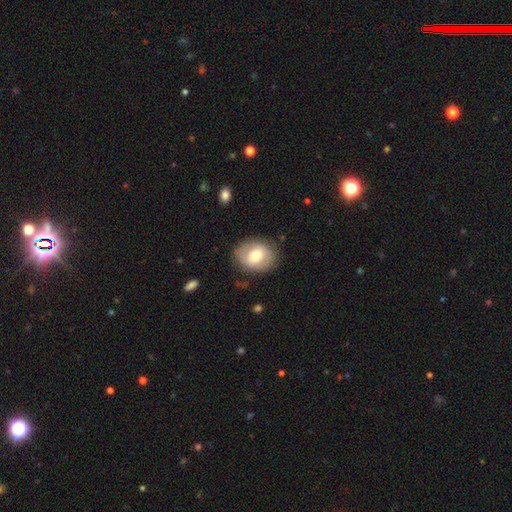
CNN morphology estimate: Q: Smooth or featured?
A: smooth (54%); runner-up: featured or disk (39%)
Q: How rounded?
A: round (52%); runner-up: in between (47%)
Q: Merging?
A: none (81%); runner-up: minor disturbance (13%)